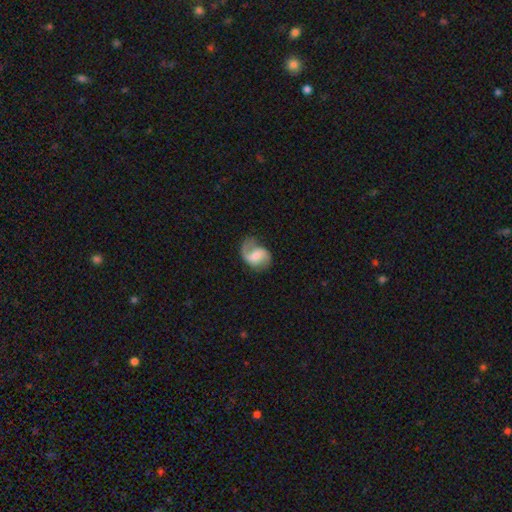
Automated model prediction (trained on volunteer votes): Smooth or featured? Predicted: featured or disk (p=0.73). Edge-on disk? Predicted: no (p=0.97). Bar? Predicted: weak (p=0.48). Spiral arms? Predicted: yes (p=0.93). Spiral winding? Predicted: loose (p=0.51). Spiral arm count? Predicted: 2 (p=0.70). Bulge size? Predicted: small (p=0.45). Merging? Predicted: none (p=0.56).